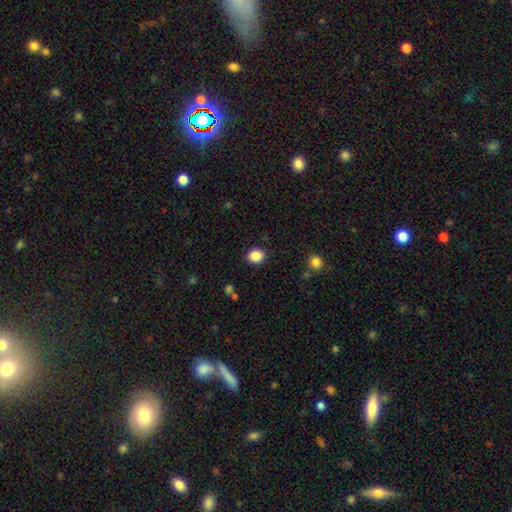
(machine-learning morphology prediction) Smooth or featured? Predicted: smooth (p=0.87). How rounded? Predicted: round (p=0.68). Merging? Predicted: none (p=0.88).